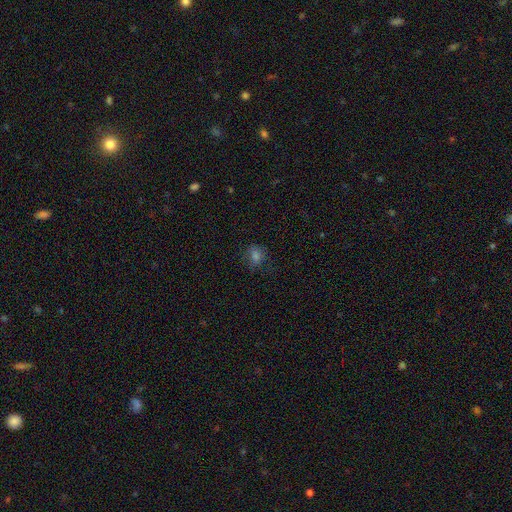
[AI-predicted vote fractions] Smooth or featured? smooth (69%)
How rounded? round (54%)
Merging? none (73%)